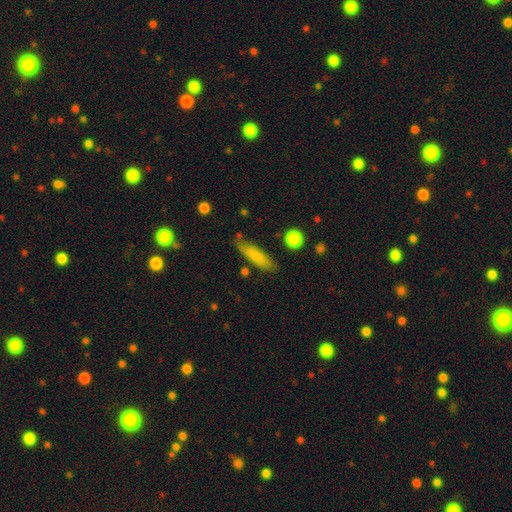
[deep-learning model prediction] Smooth or featured? smooth (77%)
How rounded? cigar-shaped (74%)
Merging? none (76%)